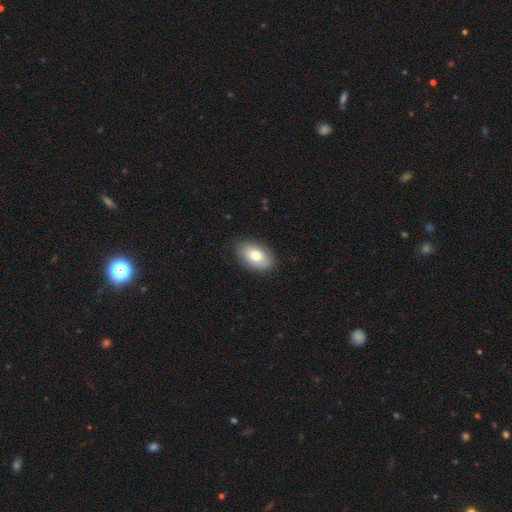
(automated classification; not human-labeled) smooth 74%, featured or disk 19%, star or artifact 7%. Down the decision tree: how rounded — in between (91%); merging — none (84%).